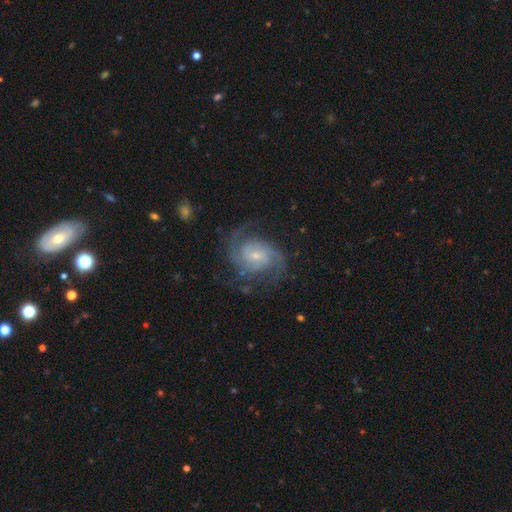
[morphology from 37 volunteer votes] Smooth or featured? featured or disk (97%)
Edge-on disk? no (100%)
Bar? no (56%)
Spiral arms? yes (100%)
Spiral winding? tight (53%)
Spiral arm count? 2 (89%)
Bulge size? small (81%)
Merging? none (72%)